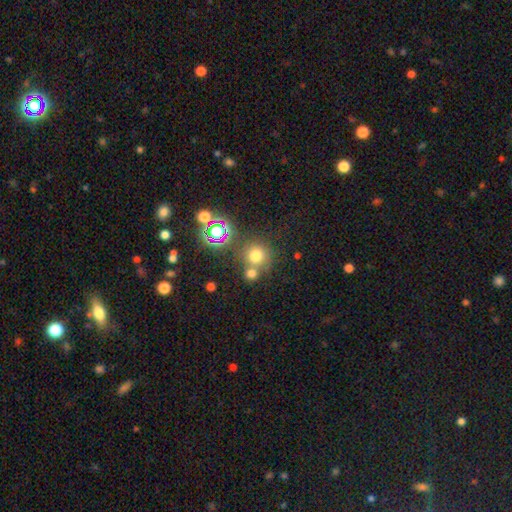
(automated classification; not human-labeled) Smooth or featured? smooth (69%)
How rounded? round (90%)
Merging? none (63%)